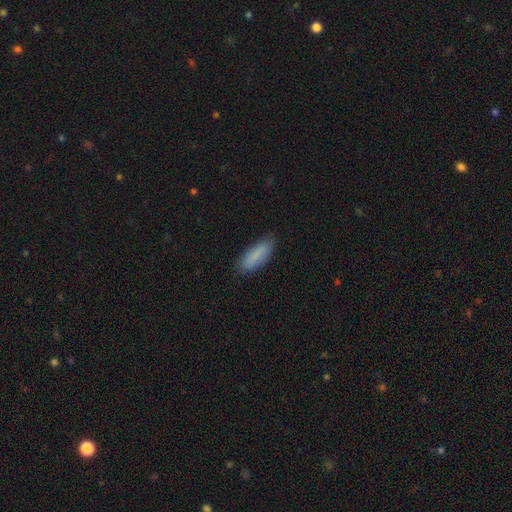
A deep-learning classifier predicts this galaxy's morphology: This is clearly a smooth galaxy (86%). How rounded: possibly in between (56%). Merging: clearly none (83%).